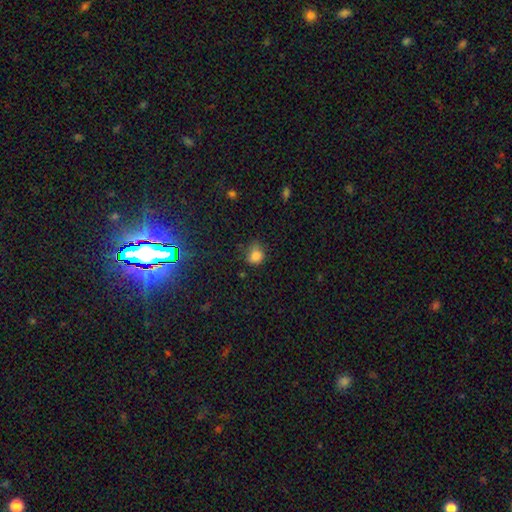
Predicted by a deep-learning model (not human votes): smooth 81%, star or artifact 12%, featured or disk 6%. Down the decision tree: how rounded — round (60%); merging — none (50%).